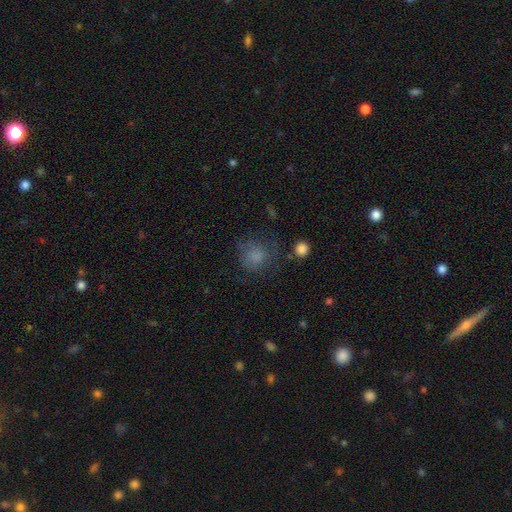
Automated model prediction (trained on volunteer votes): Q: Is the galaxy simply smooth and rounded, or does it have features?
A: smooth — 78%.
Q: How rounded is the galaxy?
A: round — 84%.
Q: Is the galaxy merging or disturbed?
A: none — 65%.